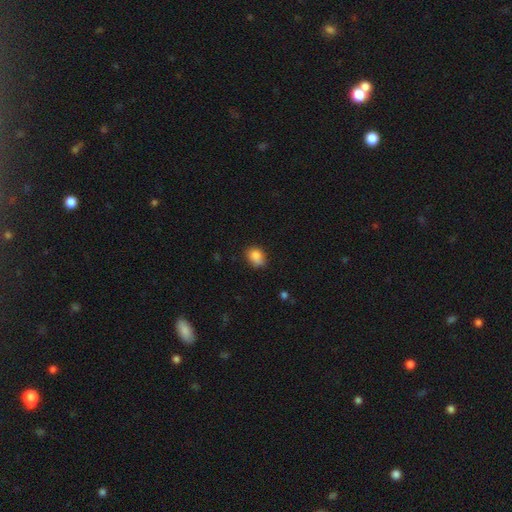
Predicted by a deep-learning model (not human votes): A smooth galaxy with no disk features (84%) that is in between round and cigar-shaped (61%). Merging: none (59%).